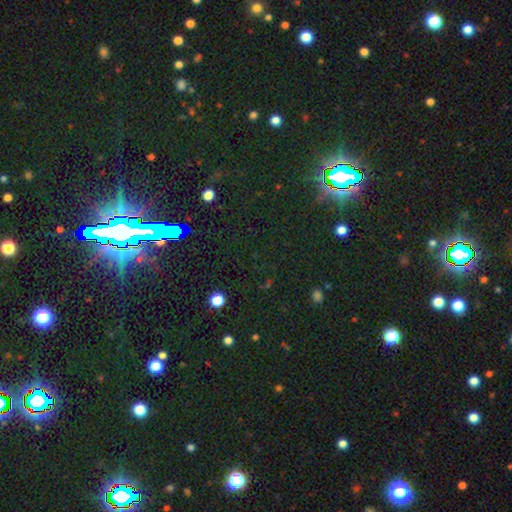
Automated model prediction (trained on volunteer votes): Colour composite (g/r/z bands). It shows a star or artifact, not a galaxy (82%).